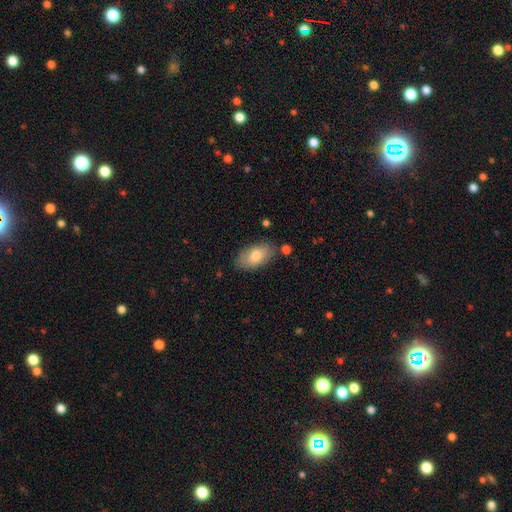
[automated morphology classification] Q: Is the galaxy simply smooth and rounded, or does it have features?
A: smooth — 75%.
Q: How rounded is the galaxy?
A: in between — 93%.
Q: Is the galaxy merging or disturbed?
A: none — 77%.